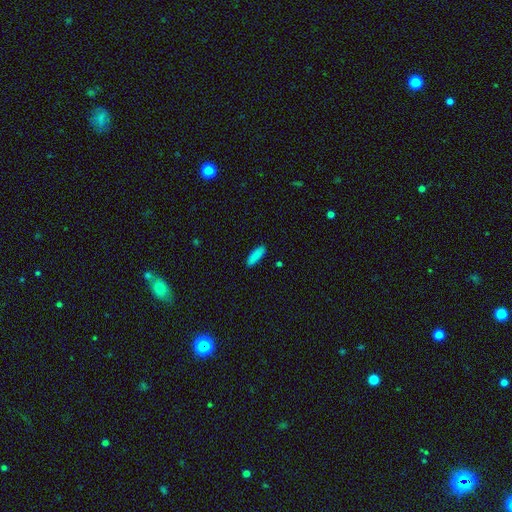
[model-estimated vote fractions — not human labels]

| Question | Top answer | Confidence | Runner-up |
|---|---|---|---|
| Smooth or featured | smooth | 88% | star or artifact (7%) |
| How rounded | cigar-shaped | 53% | in between (46%) |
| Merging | none | 89% | minor disturbance (8%) |